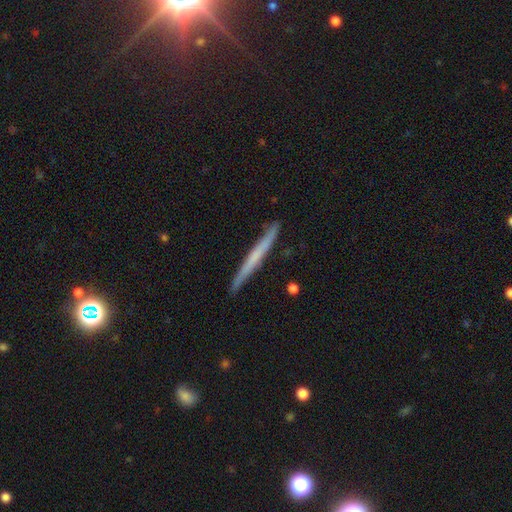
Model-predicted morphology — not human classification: Smooth or featured?
  - featured or disk: 50% *
  - smooth: 44%
  - star or artifact: 6%
Edge-on disk?
  - yes: 97% *
  - no: 3%
Merging?
  - none: 89% *
  - minor disturbance: 8%
  - major disturbance: 1%
  - merger: 1%